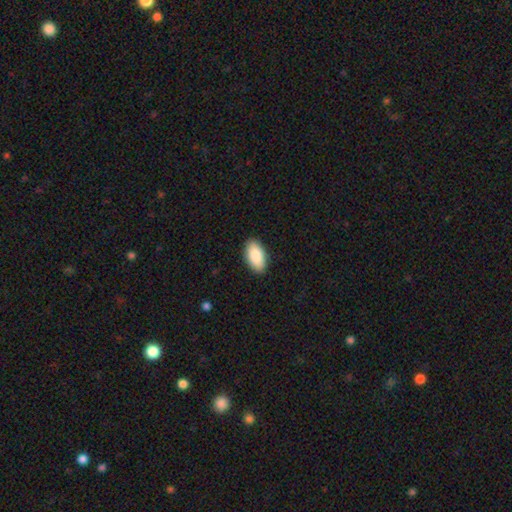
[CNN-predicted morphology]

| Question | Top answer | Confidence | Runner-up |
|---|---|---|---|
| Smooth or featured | smooth | 89% | star or artifact (6%) |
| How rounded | in between | 95% | cigar-shaped (3%) |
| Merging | none | 89% | minor disturbance (8%) |